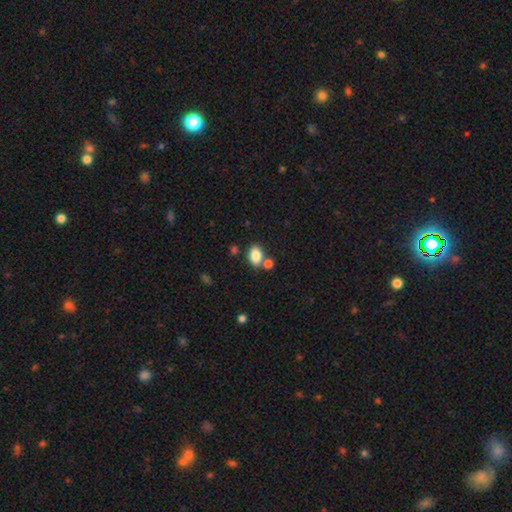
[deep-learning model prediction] smooth-or-featured: smooth: 84% | star or artifact: 9% | featured or disk: 7%
  how-rounded: in between: 82% | round: 16% | cigar-shaped: 1%
  merging: none: 63% | merger: 22% | minor disturbance: 11% | major disturbance: 3%